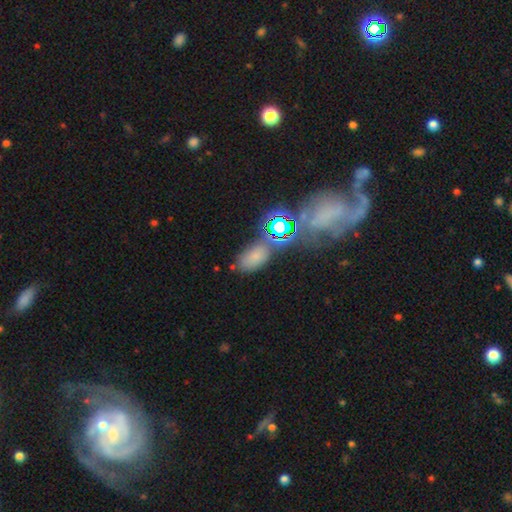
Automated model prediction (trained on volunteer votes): This is possibly a smooth galaxy (55%). How rounded: clearly in between (86%). Merging: likely none (61%).